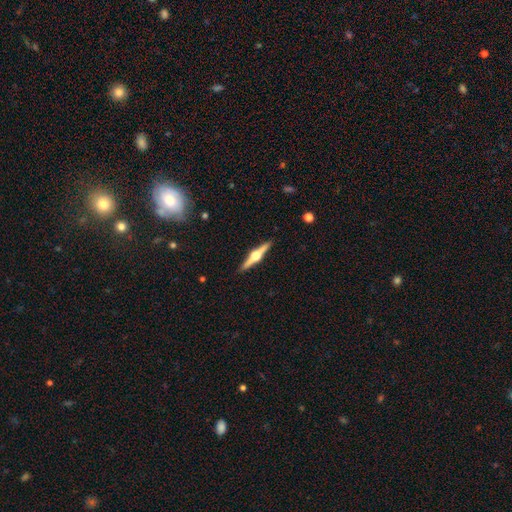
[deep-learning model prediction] A featured or disk galaxy (81%) viewed edge-on (98%) with a rounded central bulge (96%). Merging: none (92%).